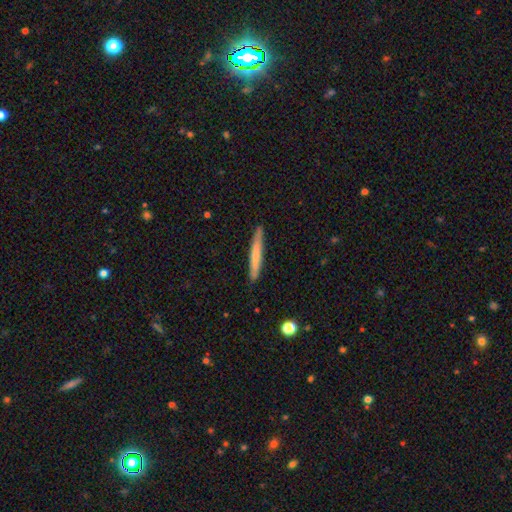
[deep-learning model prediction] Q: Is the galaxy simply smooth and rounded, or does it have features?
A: smooth — 66%.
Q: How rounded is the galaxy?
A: cigar-shaped — 96%.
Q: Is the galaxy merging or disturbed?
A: none — 89%.